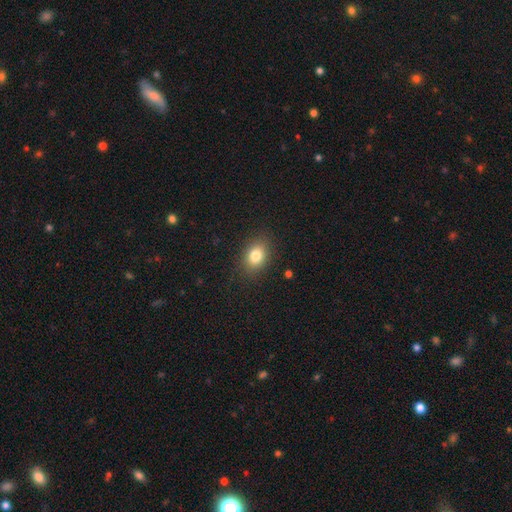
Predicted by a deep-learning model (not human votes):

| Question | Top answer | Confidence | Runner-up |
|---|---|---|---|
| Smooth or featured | smooth | 82% | star or artifact (10%) |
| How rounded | in between | 66% | round (33%) |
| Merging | none | 86% | minor disturbance (9%) |